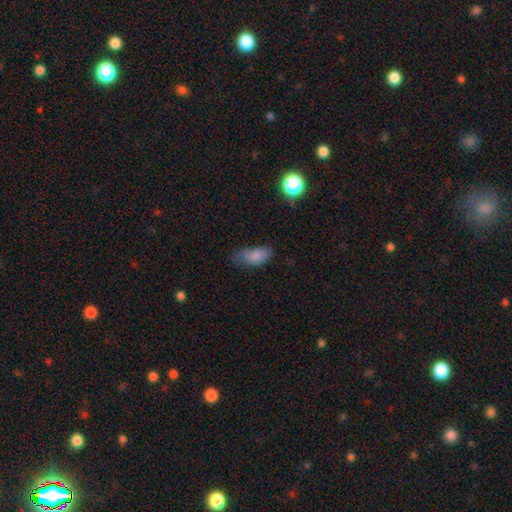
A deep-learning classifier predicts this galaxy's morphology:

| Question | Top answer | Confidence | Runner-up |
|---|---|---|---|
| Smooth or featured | smooth | 80% | featured or disk (10%) |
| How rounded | in between | 89% | cigar-shaped (7%) |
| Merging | none | 42% | minor disturbance (37%) |